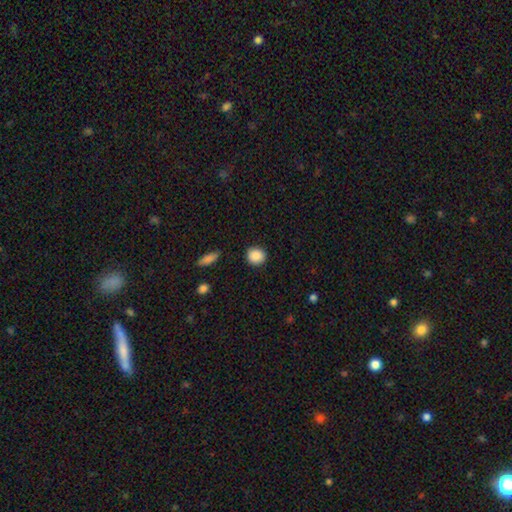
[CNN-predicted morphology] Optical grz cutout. It shows a smooth galaxy with no disk features (88%) that is round (80%). Merging: none (90%).